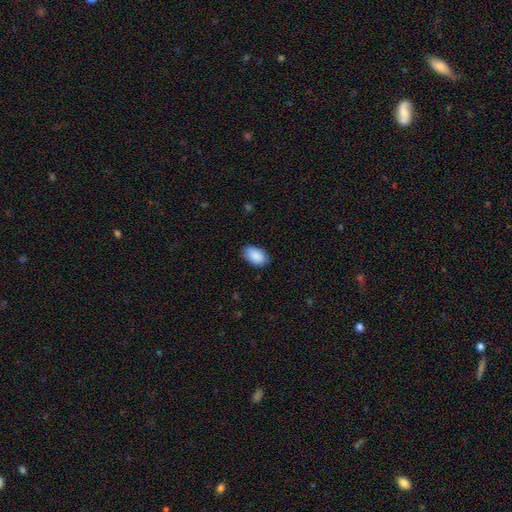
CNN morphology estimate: A smooth galaxy with no disk features (90%) that is in between round and cigar-shaped (91%).

Vote fractions:
- Smooth or featured? smooth: 90% / star or artifact: 6% / featured or disk: 4%
- How rounded? in between: 91% / round: 7% / cigar-shaped: 1%
- Merging? none: 82% / minor disturbance: 15% / major disturbance: 3% / merger: 1%